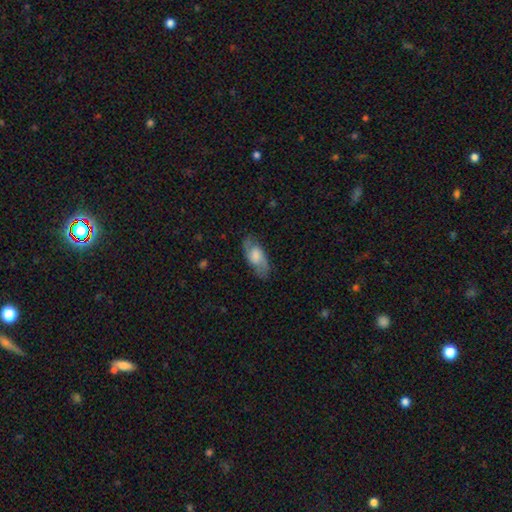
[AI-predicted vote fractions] Overall: smooth (48%; featured or disk 45%). Merging: none (74%).